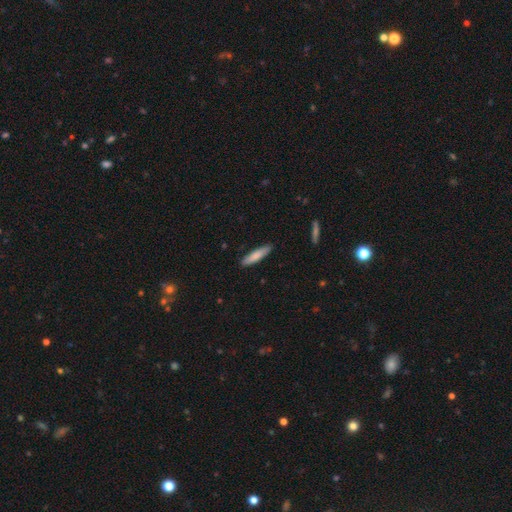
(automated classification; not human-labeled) This appears to be a smooth galaxy with no disk features (82%) that is cigar-shaped (80%). Merging: none (88%).